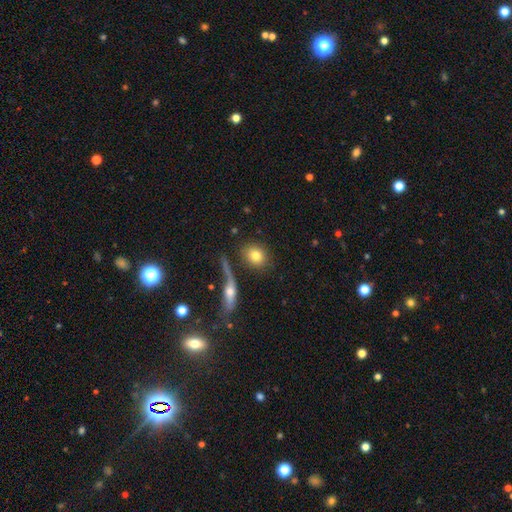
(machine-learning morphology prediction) Smooth or featured? Predicted: smooth (p=0.77). How rounded? Predicted: round (p=0.65). Merging? Predicted: none (p=0.76).